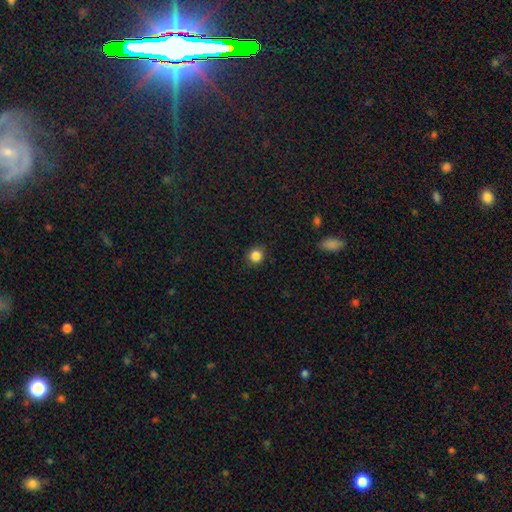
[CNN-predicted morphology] This is clearly a smooth galaxy (85%). How rounded: clearly round (89%). Merging: clearly none (89%).